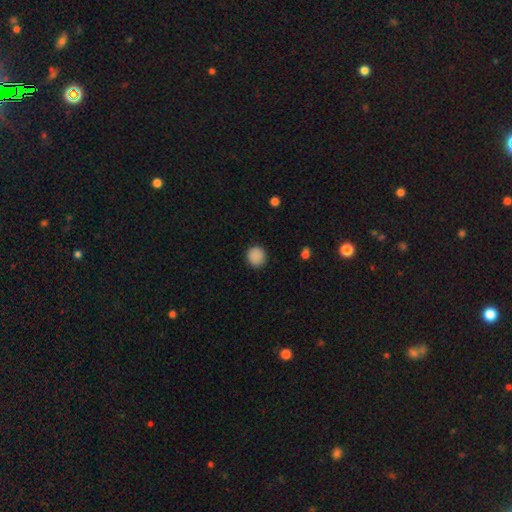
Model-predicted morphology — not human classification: The model was most divided on "smooth or featured": smooth: 89%, star or artifact: 9%, featured or disk: 3%. More confident: how rounded — round (92%); merging — none (90%).